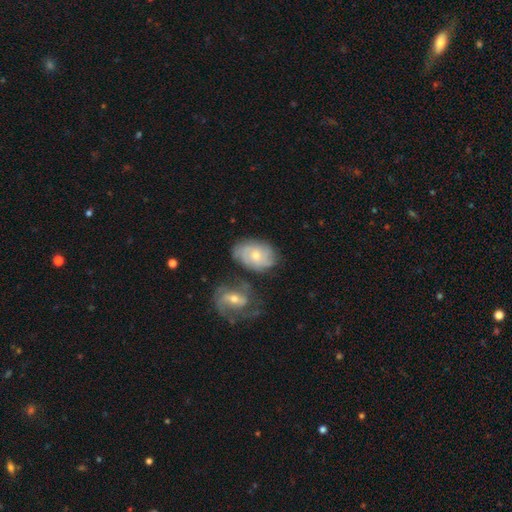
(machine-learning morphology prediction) Overall: featured or disk (63%; smooth 30%). Edge-on disk: no (96%). Bar: no (73%). Spiral arms: yes (81%). Bulge size: moderate (50%; small 45%). Merging: none (56%; minor disturbance 20%).